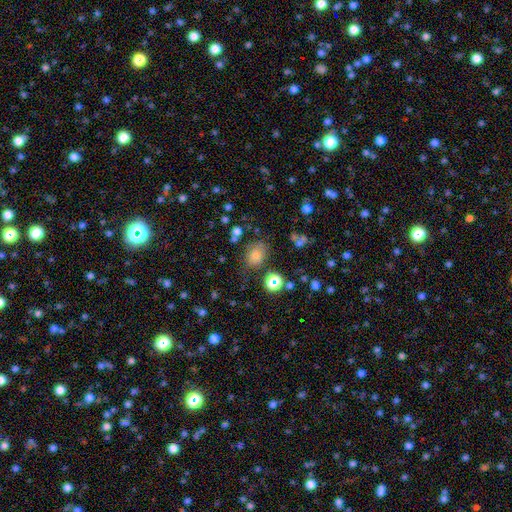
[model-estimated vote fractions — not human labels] Overall: smooth (71%). How rounded: round (50%; in between 49%). Merging: none (70%).